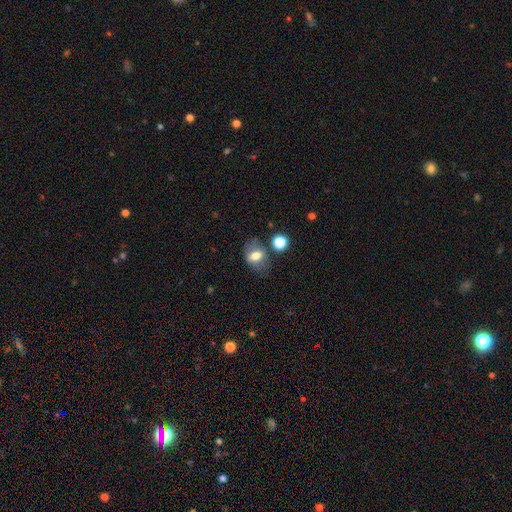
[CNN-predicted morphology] Smooth or featured?
  - smooth: 60% *
  - featured or disk: 30%
  - star or artifact: 10%
How rounded?
  - in between: 75% *
  - round: 22%
  - cigar-shaped: 3%
Merging?
  - none: 62% *
  - minor disturbance: 18%
  - merger: 10%
  - major disturbance: 10%